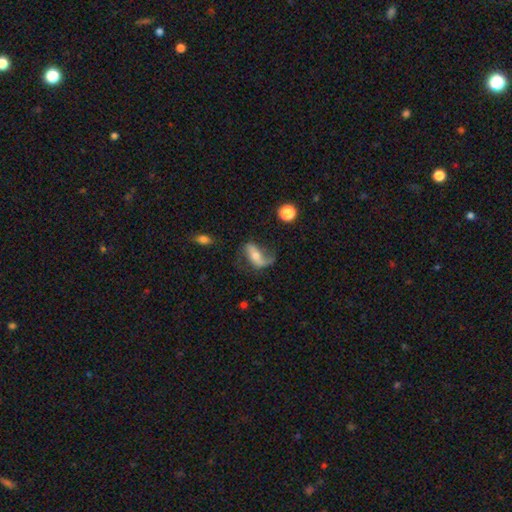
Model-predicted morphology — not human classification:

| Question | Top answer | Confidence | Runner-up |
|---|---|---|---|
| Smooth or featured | featured or disk | 67% | smooth (25%) |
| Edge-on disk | no | 91% | yes (9%) |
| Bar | no | 41% | weak (30%) |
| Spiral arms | yes | 88% | no (12%) |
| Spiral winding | loose | 74% | medium (20%) |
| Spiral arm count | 2 | 67% | 1 (26%) |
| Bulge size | moderate | 52% | small (37%) |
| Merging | none | 50% | major disturbance (24%) |